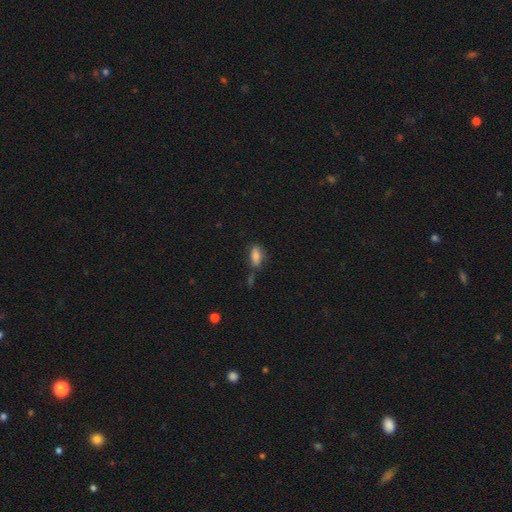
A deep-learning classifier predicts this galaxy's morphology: smooth-or-featured: smooth: 78% | featured or disk: 12% | star or artifact: 10%
  how-rounded: in between: 82% | cigar-shaped: 13% | round: 5%
  merging: none: 55% | minor disturbance: 23% | merger: 13% | major disturbance: 8%